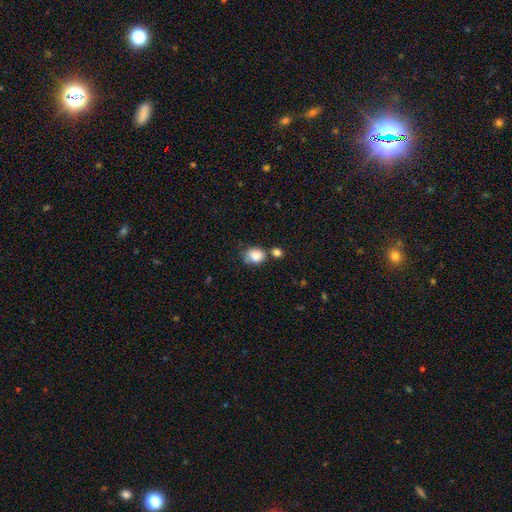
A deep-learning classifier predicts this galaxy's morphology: This appears to be a smooth galaxy with no disk features (84%) that is in between round and cigar-shaped (57%). Merging: none (43%).